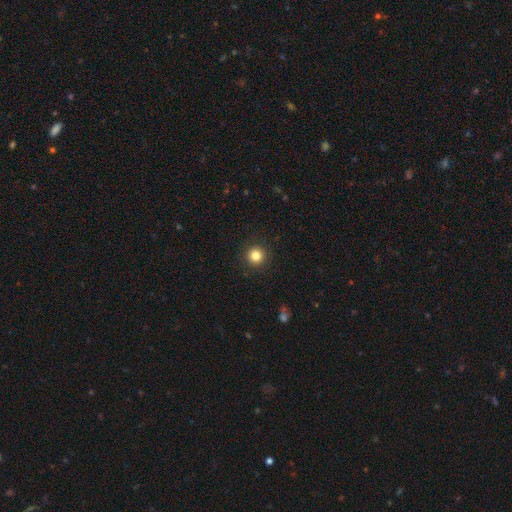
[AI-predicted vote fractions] The model was most divided on "smooth or featured": smooth: 83%, star or artifact: 11%, featured or disk: 5%. More confident: how rounded — round (96%); merging — none (92%).